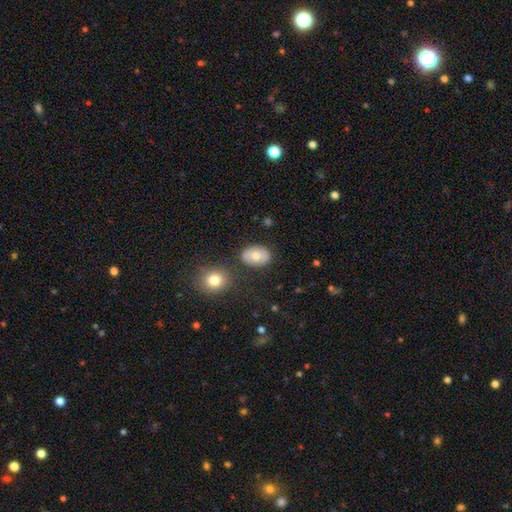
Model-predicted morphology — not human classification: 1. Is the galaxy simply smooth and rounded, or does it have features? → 75% smooth, 17% featured or disk, 8% star or artifact.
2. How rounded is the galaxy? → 81% in between, 18% round, 1% cigar-shaped.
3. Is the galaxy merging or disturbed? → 77% none, 13% minor disturbance, 7% merger, 3% major disturbance.